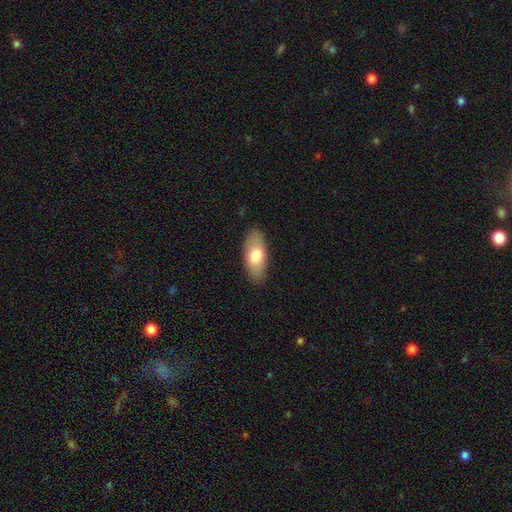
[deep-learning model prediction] This is likely a smooth galaxy (74%). How rounded: clearly in between (84%). Merging: clearly none (86%).